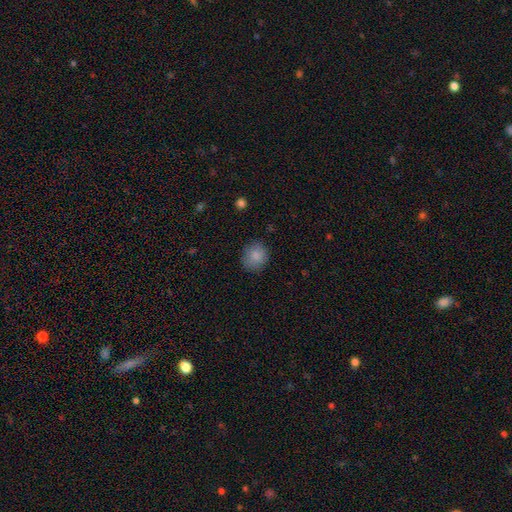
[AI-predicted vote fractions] smooth_or_featured: smooth (p=0.86) [alt: star or artifact p=0.08]
how_rounded: round (p=0.78) [alt: in between p=0.21]
merging: none (p=0.83) [alt: minor disturbance p=0.12]